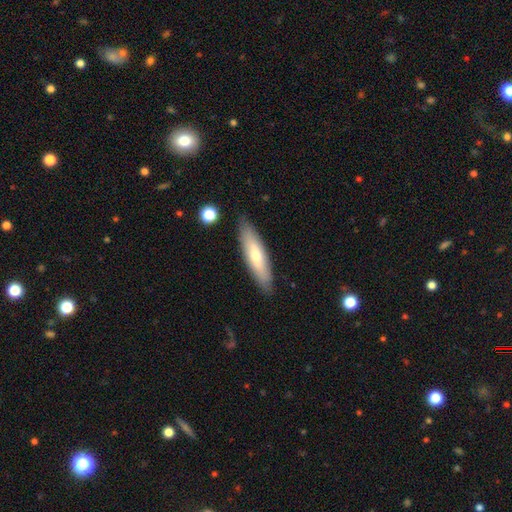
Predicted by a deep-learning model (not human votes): Overall: smooth (62%; featured or disk 32%). How rounded: cigar-shaped (67%; in between 31%). Merging: none (86%).